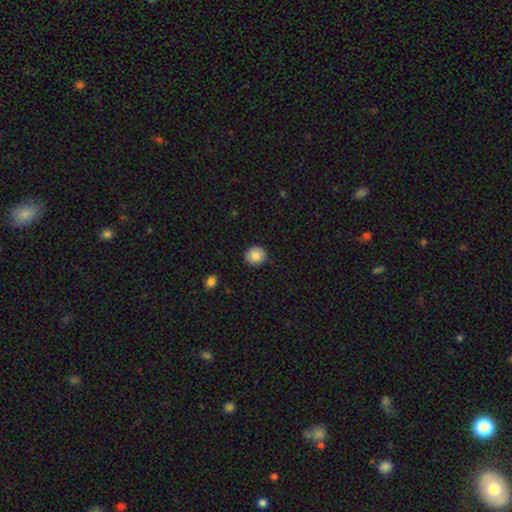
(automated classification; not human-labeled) Q: Smooth or featured?
A: smooth (82%); runner-up: featured or disk (9%)
Q: How rounded?
A: round (89%); runner-up: in between (10%)
Q: Merging?
A: none (90%); runner-up: minor disturbance (7%)